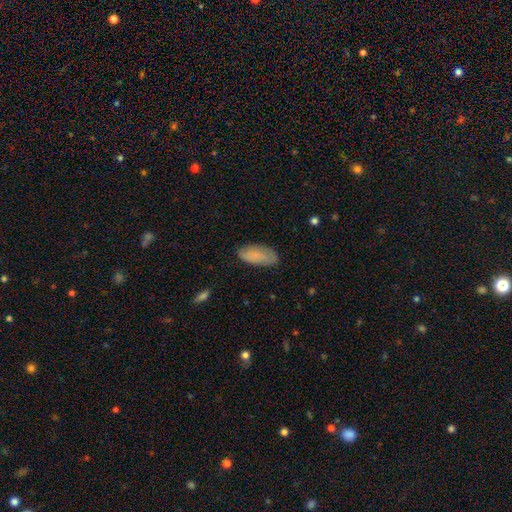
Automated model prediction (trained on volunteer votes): A smooth galaxy with no disk features (74%) that is in between round and cigar-shaped (89%).

Vote fractions:
- Smooth or featured? smooth: 74% / featured or disk: 19% / star or artifact: 7%
- How rounded? in between: 89% / cigar-shaped: 9% / round: 2%
- Merging? none: 79% / minor disturbance: 16% / major disturbance: 4% / merger: 1%